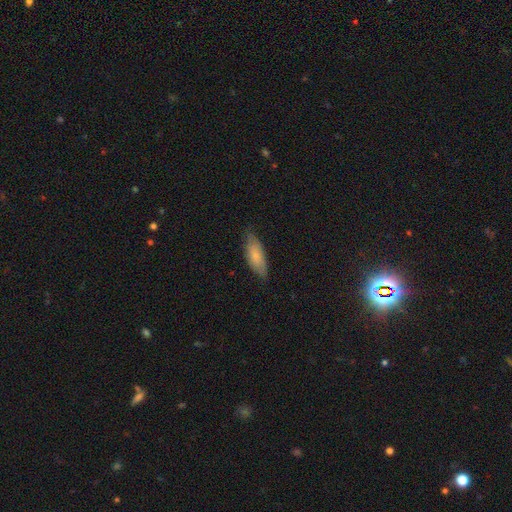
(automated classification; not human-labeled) Smooth or featured?
  - smooth: 76% *
  - featured or disk: 18%
  - star or artifact: 6%
How rounded?
  - in between: 74% *
  - cigar-shaped: 24%
  - round: 2%
Merging?
  - none: 75% *
  - minor disturbance: 21%
  - major disturbance: 3%
  - merger: 1%